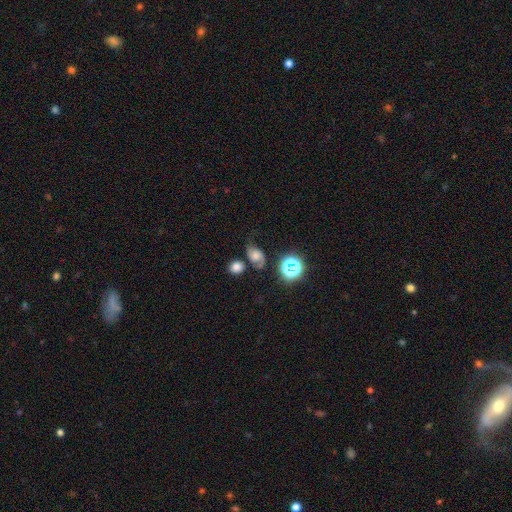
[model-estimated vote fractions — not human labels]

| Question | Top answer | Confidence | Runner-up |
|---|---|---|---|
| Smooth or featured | featured or disk | 49% | smooth (32%) |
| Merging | none | 54% | minor disturbance (22%) |